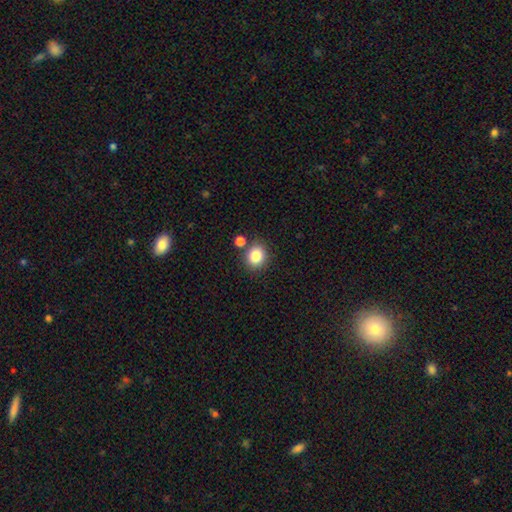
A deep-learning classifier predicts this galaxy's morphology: Overall: smooth (83%). How rounded: round (75%). Merging: none (77%).